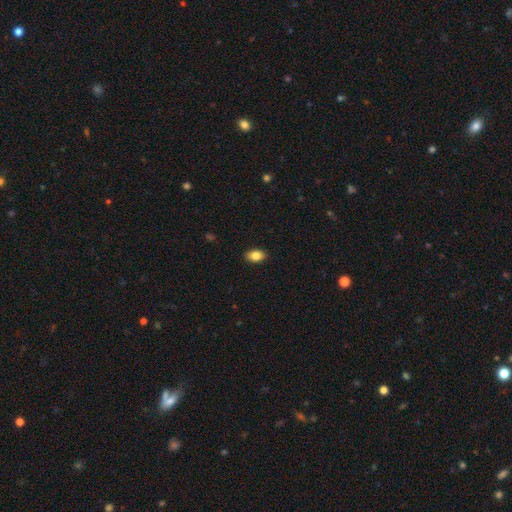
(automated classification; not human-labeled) Q: Smooth or featured?
A: smooth (83%); runner-up: featured or disk (10%)
Q: How rounded?
A: in between (90%); runner-up: round (7%)
Q: Merging?
A: none (89%); runner-up: minor disturbance (8%)